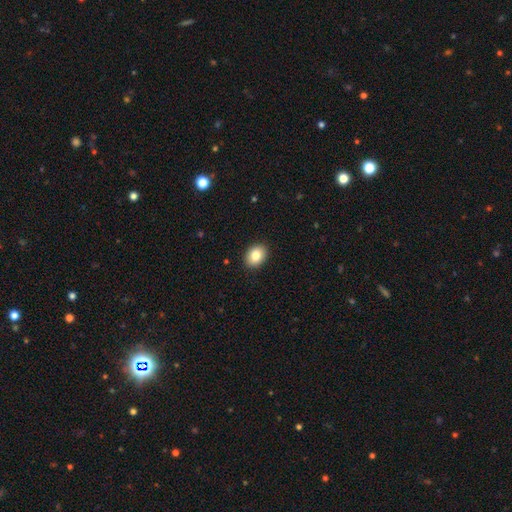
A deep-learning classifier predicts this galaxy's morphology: Smooth or featured?
  - smooth: 84% *
  - star or artifact: 8%
  - featured or disk: 8%
How rounded?
  - in between: 66% *
  - round: 33%
  - cigar-shaped: 1%
Merging?
  - none: 91% *
  - minor disturbance: 6%
  - major disturbance: 2%
  - merger: 1%